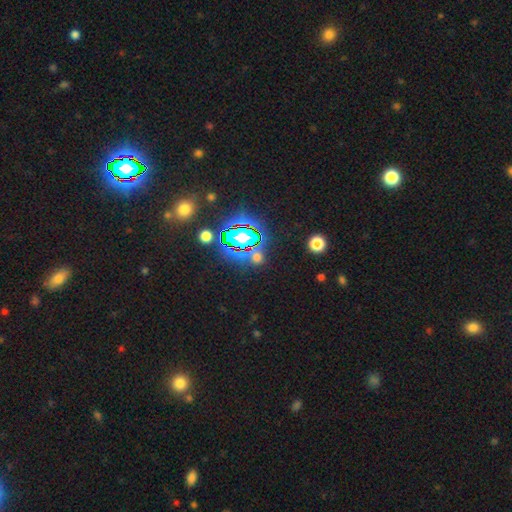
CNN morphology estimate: This appears to be a star or artifact, not a galaxy (73%).